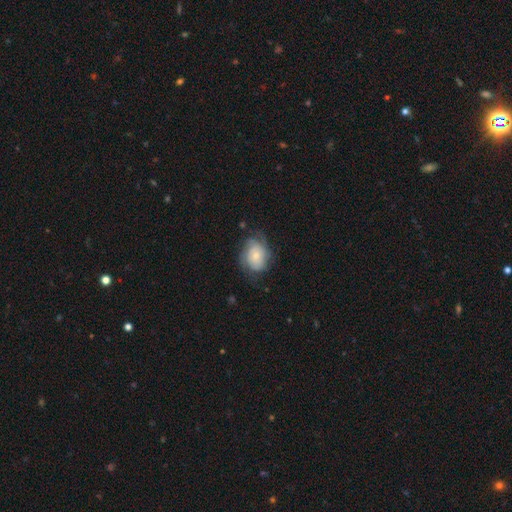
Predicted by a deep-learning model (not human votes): featured or disk 47%, smooth 45%, star or artifact 7%. Down the decision tree: merging — none (59%).